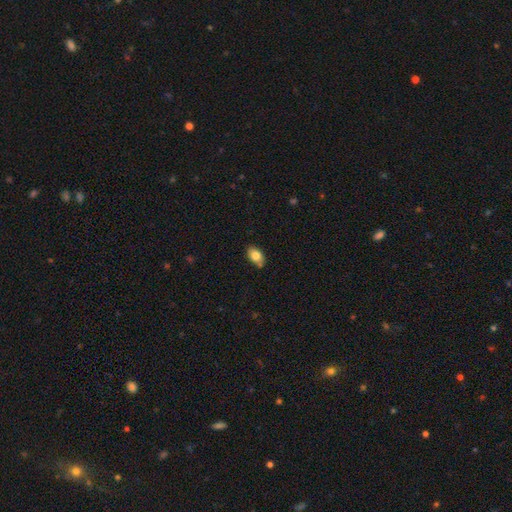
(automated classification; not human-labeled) smooth-or-featured: smooth: 80% | featured or disk: 13% | star or artifact: 8%
  how-rounded: in between: 89% | round: 9% | cigar-shaped: 2%
  merging: none: 77% | minor disturbance: 17% | merger: 3% | major disturbance: 3%